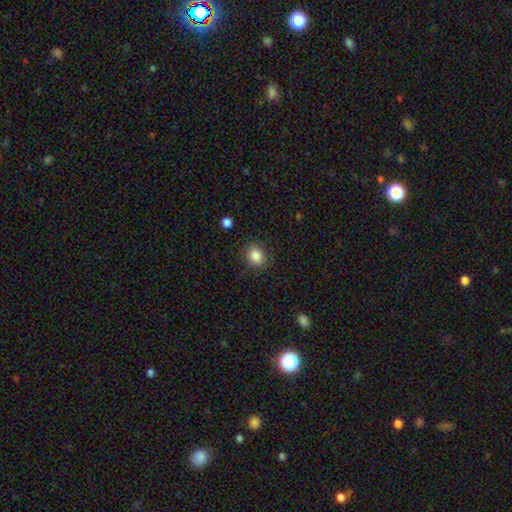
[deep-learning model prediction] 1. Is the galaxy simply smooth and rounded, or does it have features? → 85% smooth, 10% star or artifact, 5% featured or disk.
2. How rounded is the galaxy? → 61% round, 38% in between, 1% cigar-shaped.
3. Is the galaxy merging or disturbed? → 84% none, 11% minor disturbance, 3% major disturbance, 1% merger.